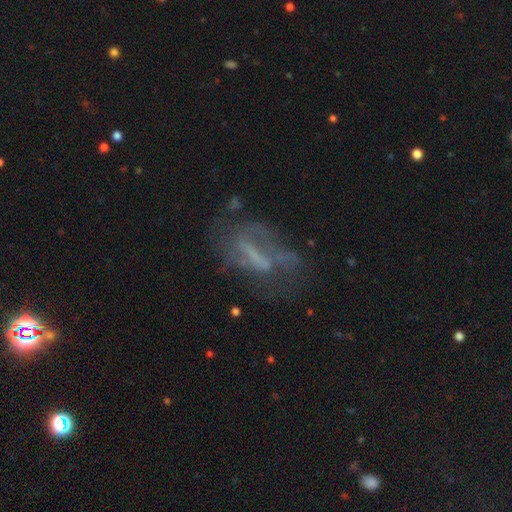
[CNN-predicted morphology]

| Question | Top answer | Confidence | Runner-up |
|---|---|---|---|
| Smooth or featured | featured or disk | 59% | smooth (26%) |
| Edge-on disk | no | 87% | yes (13%) |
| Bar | strong | 37% | no (35%) |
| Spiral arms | no | 65% | yes (35%) |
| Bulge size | none | 61% | small (20%) |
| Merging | none | 38% | major disturbance (35%) |